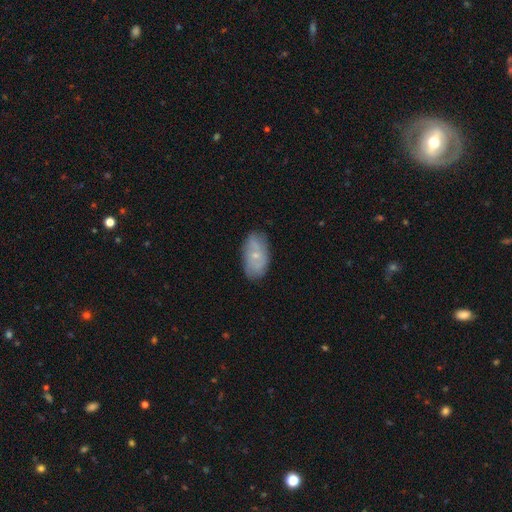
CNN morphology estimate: A smooth galaxy with no disk features (48%). Merging: none (71%).